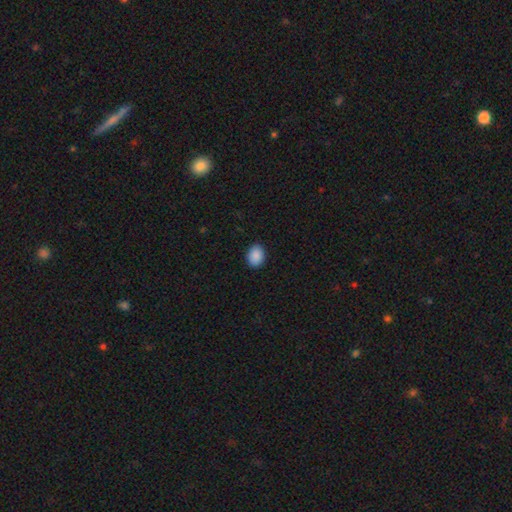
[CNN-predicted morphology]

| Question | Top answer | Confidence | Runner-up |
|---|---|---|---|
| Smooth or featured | smooth | 90% | star or artifact (7%) |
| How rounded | in between | 68% | round (31%) |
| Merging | none | 89% | minor disturbance (8%) |